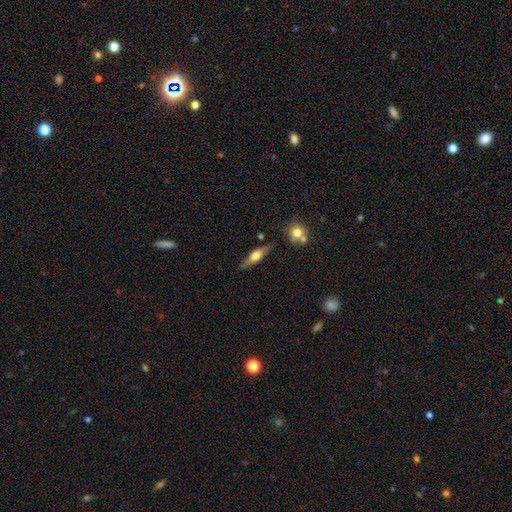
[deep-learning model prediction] Morphology: type=featured or disk (56%); edge-on=yes (91%); edge-on bulge=rounded (89%); merging=none (79%).